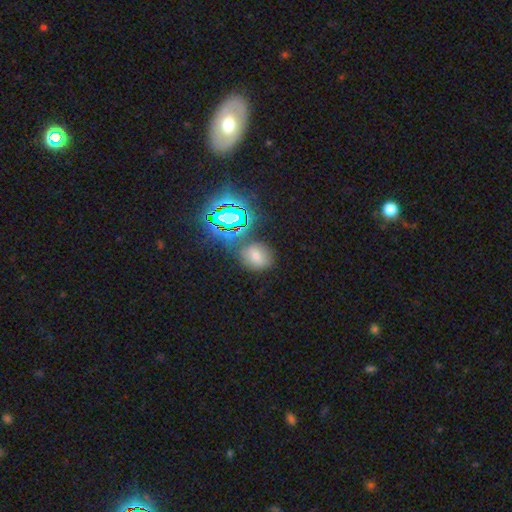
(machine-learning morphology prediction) A smooth galaxy with no disk features (44%). Merging: none (74%).